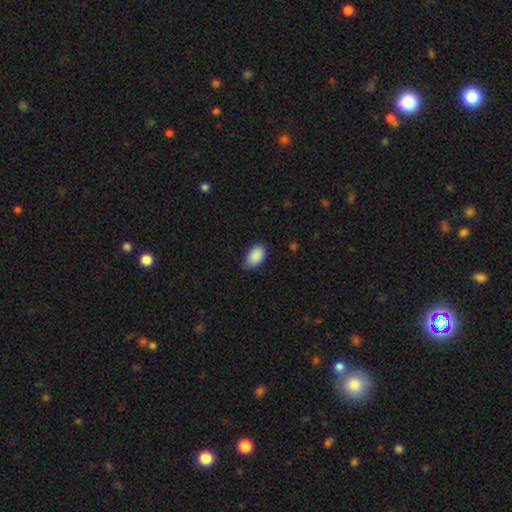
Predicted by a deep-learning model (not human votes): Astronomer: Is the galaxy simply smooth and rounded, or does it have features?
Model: smooth — 90%.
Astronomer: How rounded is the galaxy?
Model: in between — 93%.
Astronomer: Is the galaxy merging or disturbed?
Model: none — 70%.